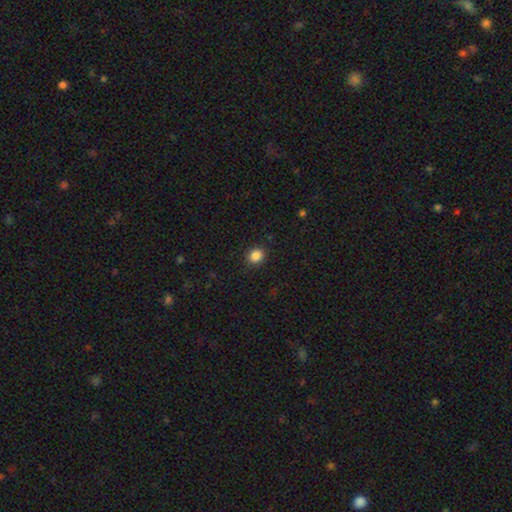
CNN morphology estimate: A smooth galaxy with no disk features (86%) that is round (77%). Merging: none (91%).